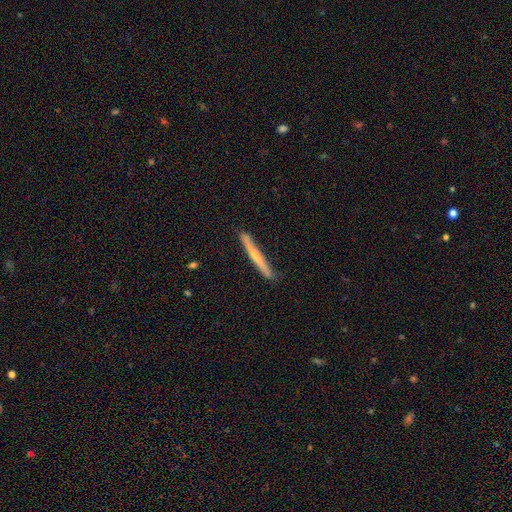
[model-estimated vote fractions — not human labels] smooth-or-featured: featured or disk: 49% | smooth: 46% | star or artifact: 6%
  merging: none: 87% | minor disturbance: 10% | major disturbance: 2% | merger: 1%